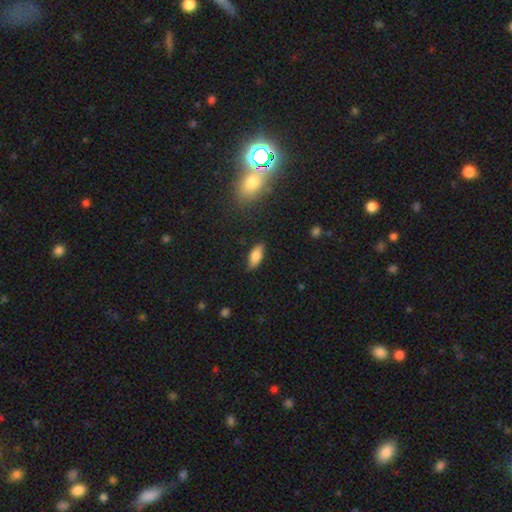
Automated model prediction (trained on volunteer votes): smooth 79%, featured or disk 14%, star or artifact 7%. Down the decision tree: how rounded — in between (83%); merging — none (83%).